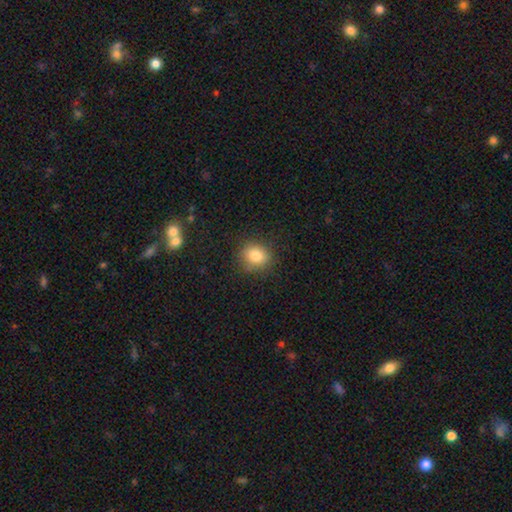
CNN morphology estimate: smooth-or-featured: smooth: 82% | star or artifact: 11% | featured or disk: 7%
  how-rounded: round: 77% | in between: 22% | cigar-shaped: 1%
  merging: none: 84% | minor disturbance: 11% | major disturbance: 3% | merger: 1%